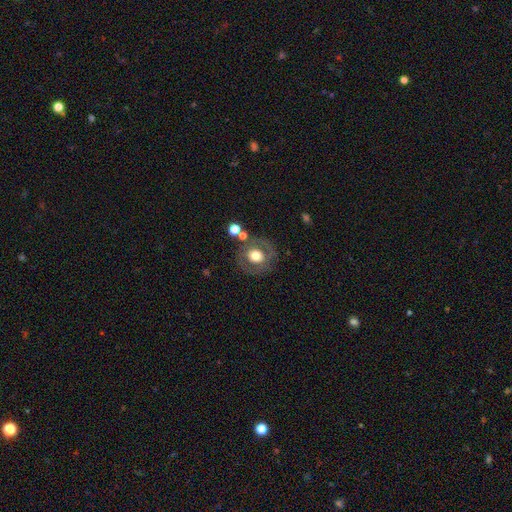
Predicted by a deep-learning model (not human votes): Smooth or featured?
  - smooth: 51% *
  - featured or disk: 40%
  - star or artifact: 9%
How rounded?
  - round: 82% *
  - in between: 17%
  - cigar-shaped: 1%
Merging?
  - none: 74% *
  - minor disturbance: 13%
  - major disturbance: 7%
  - merger: 6%